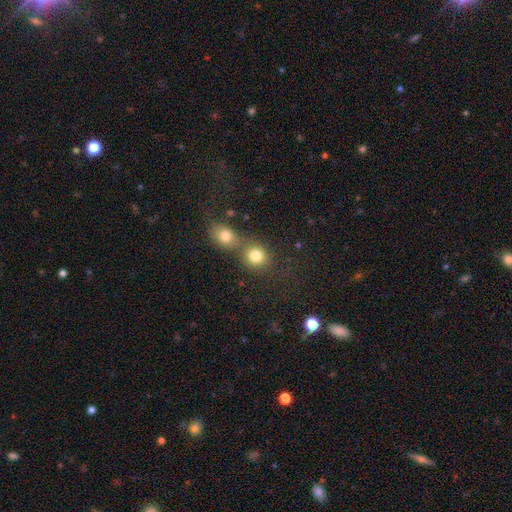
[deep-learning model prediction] Q: Smooth or featured?
A: smooth (80%); runner-up: star or artifact (12%)
Q: How rounded?
A: round (80%); runner-up: in between (18%)
Q: Merging?
A: merger (46%); runner-up: none (44%)